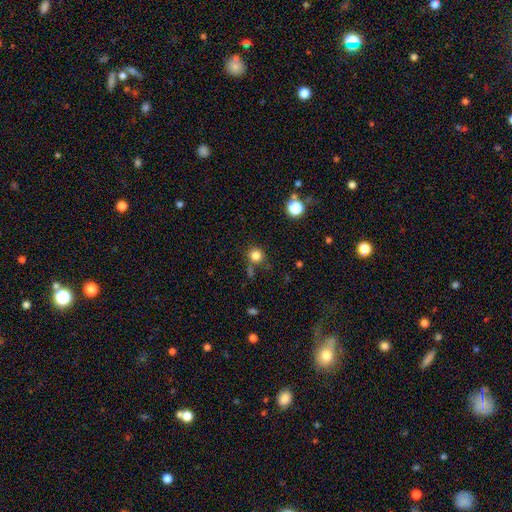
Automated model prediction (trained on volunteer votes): Smooth or featured: smooth — 81% (star or artifact — 13%)
How rounded: round — 91% (in between — 8%)
Merging: none — 74% (minor disturbance — 12%)